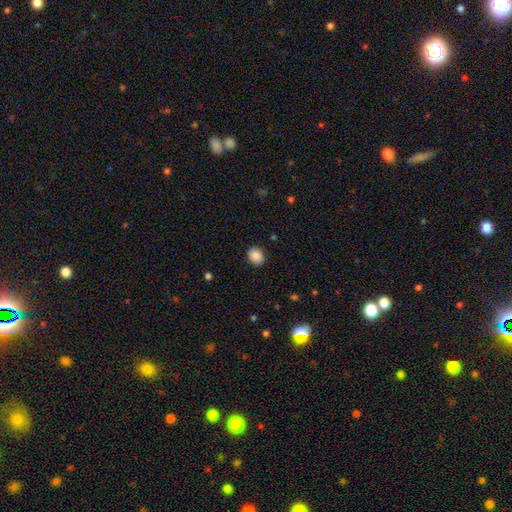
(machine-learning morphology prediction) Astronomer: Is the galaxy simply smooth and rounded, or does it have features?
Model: smooth — 88%.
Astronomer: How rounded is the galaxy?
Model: round — 61% (runner-up: in between, 38%).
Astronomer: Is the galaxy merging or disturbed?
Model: none — 89%.